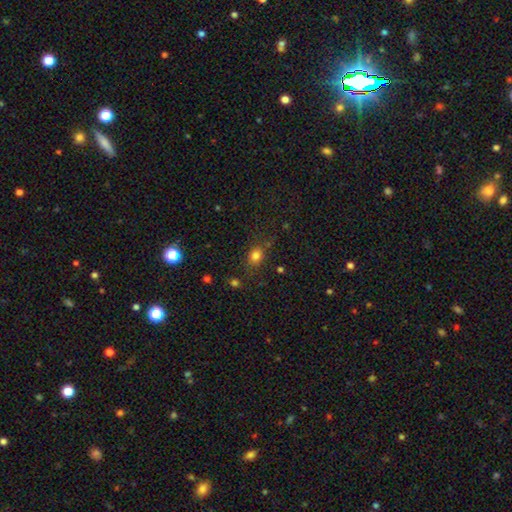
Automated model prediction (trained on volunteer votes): This is likely a smooth galaxy (78%). How rounded: possibly round (53%). Merging: likely none (75%).